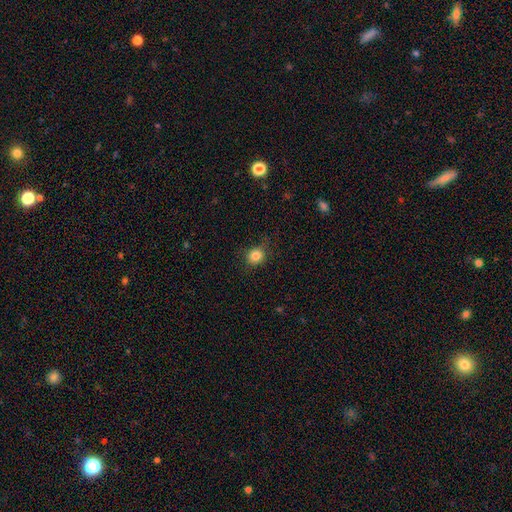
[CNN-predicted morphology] Overall: smooth (84%). How rounded: round (76%). Merging: none (79%).